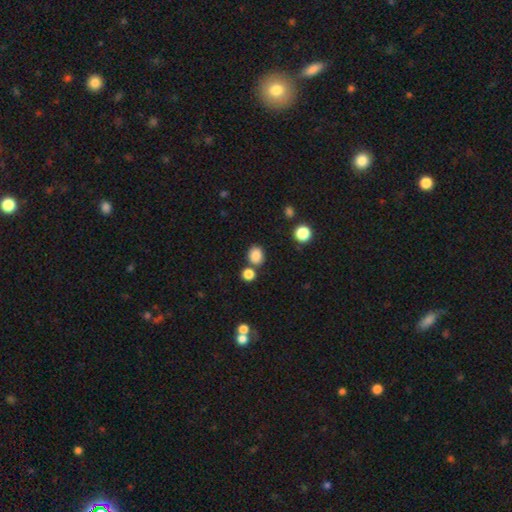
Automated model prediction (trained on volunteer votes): This appears to be a smooth galaxy with no disk features (85%) that is round (59%). Merging: none (73%).